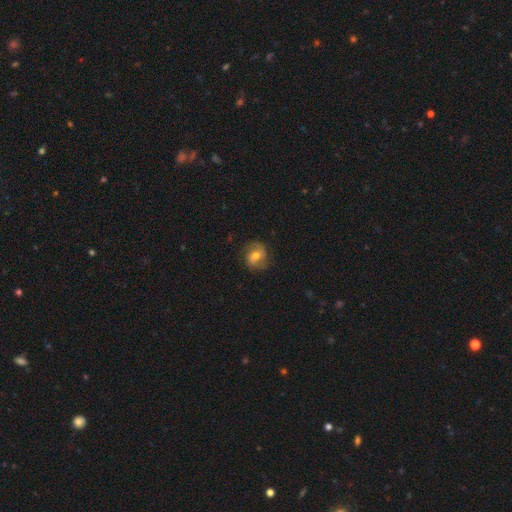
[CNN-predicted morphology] The model was most divided on "smooth or featured": featured or disk: 46%, smooth: 44%, star or artifact: 9%. More confident: merging — none (74%).